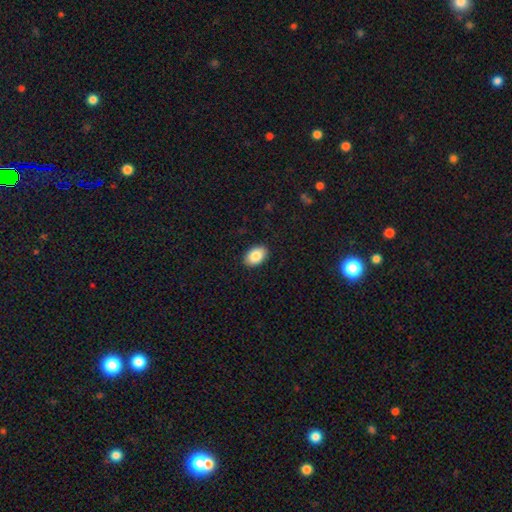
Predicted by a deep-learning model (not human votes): Smooth or featured? Predicted: smooth (p=0.86). How rounded? Predicted: in between (p=0.89). Merging? Predicted: none (p=0.90).